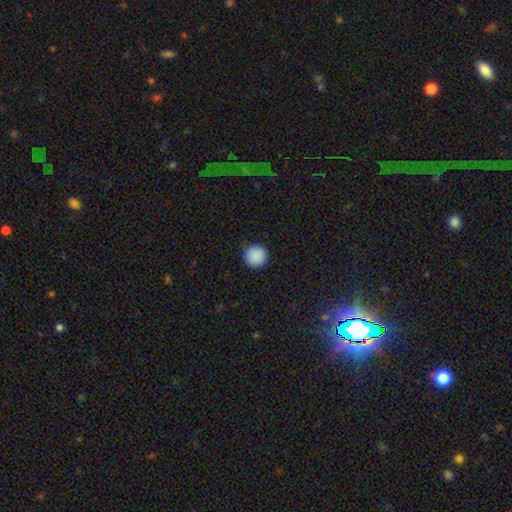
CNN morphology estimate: type=smooth (89%); roundness=round (96%); merging=none (91%).